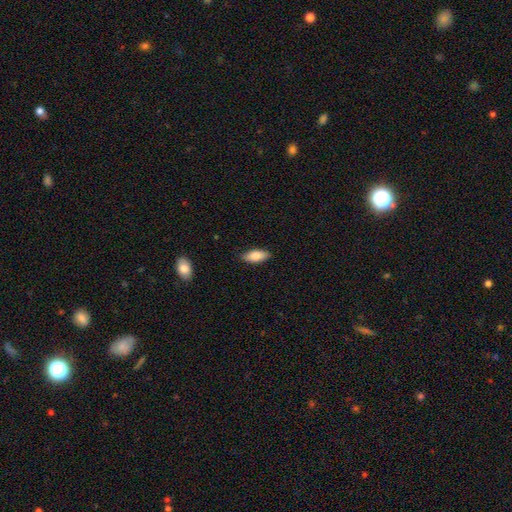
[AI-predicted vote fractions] Smooth or featured? Predicted: smooth (p=0.82). How rounded? Predicted: in between (p=0.83). Merging? Predicted: none (p=0.87).